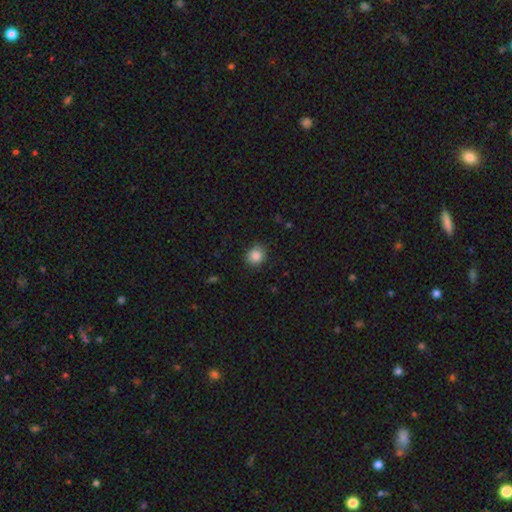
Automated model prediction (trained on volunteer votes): A smooth galaxy with no disk features (87%) that is round (77%). Merging: none (85%).